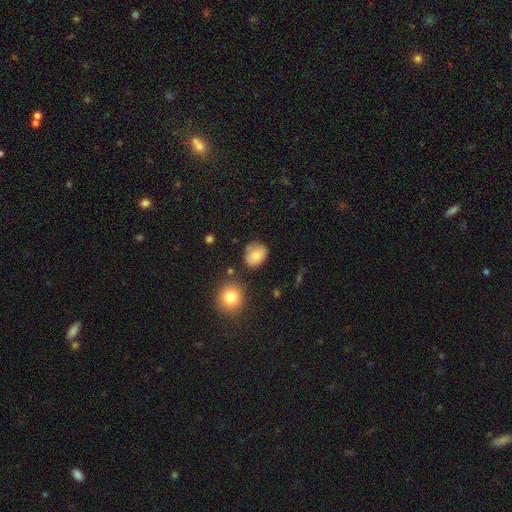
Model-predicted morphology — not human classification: Smooth or featured? smooth (79%)
How rounded? in between (53%)
Merging? none (68%)